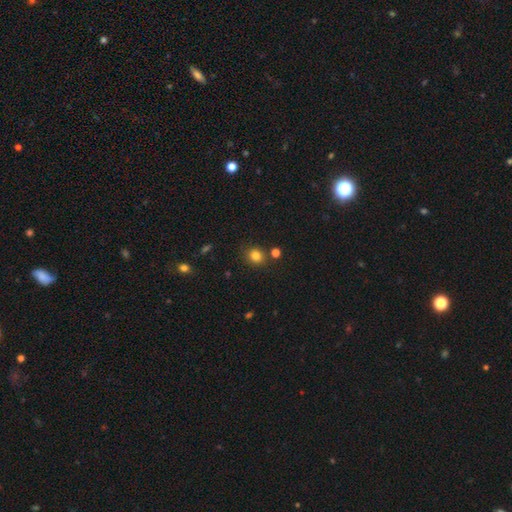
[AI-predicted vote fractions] Morphology: type=smooth (82%); roundness=round (73%); merging=none (80%).